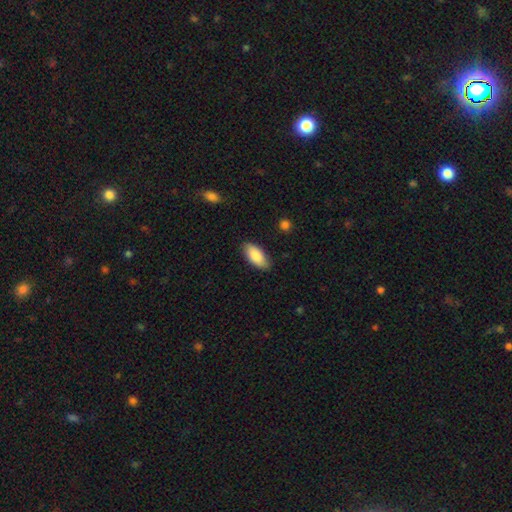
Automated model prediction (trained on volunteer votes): This is clearly a smooth galaxy (87%). How rounded: clearly in between (90%). Merging: clearly none (84%).